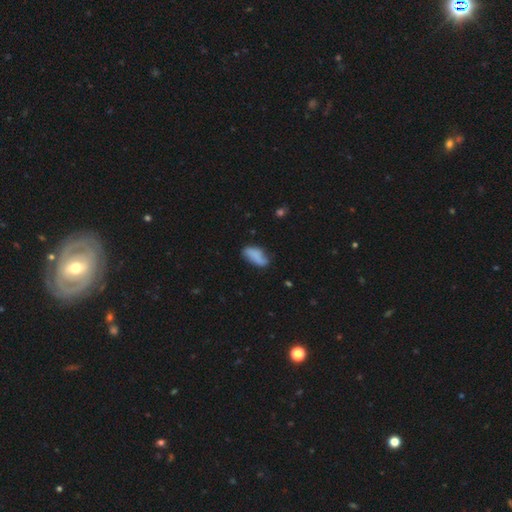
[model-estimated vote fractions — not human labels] The model was most divided on "merging": none: 57%, minor disturbance: 29%, major disturbance: 9%, merger: 4%. More confident: how rounded — in between (86%); smooth or featured — smooth (71%).